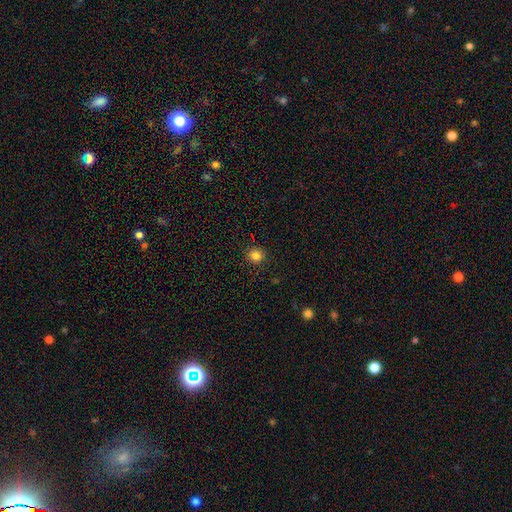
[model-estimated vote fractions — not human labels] Smooth or featured? Predicted: smooth (p=0.83). How rounded? Predicted: round (p=0.88). Merging? Predicted: none (p=0.90).